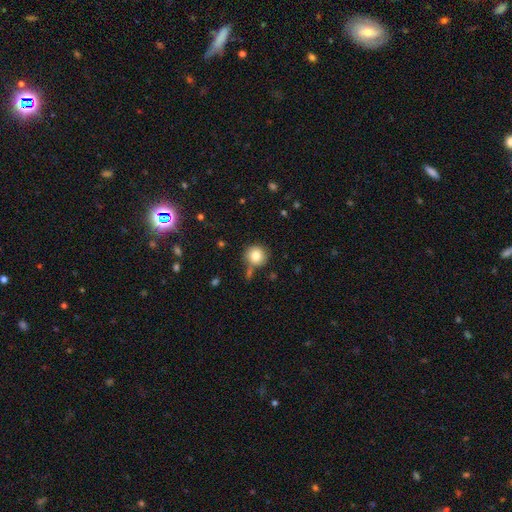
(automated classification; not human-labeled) smooth 81%, star or artifact 10%, featured or disk 9%. Down the decision tree: how rounded — round (93%); merging — none (72%).